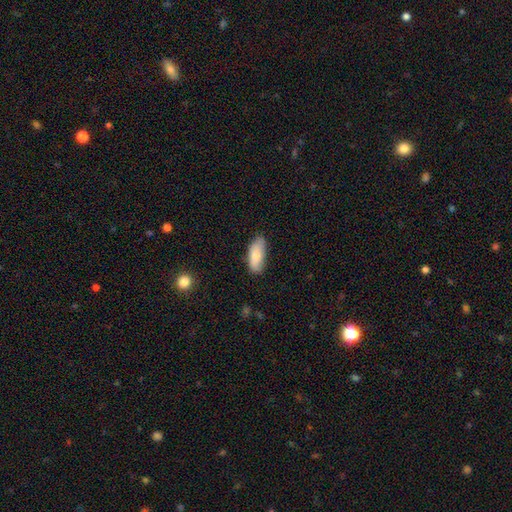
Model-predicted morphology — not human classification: A smooth galaxy with no disk features (81%) that is in between round and cigar-shaped (81%).

Vote fractions:
- Smooth or featured? smooth: 81% / featured or disk: 13% / star or artifact: 6%
- How rounded? in between: 81% / cigar-shaped: 16% / round: 2%
- Merging? none: 74% / minor disturbance: 21% / major disturbance: 3% / merger: 2%